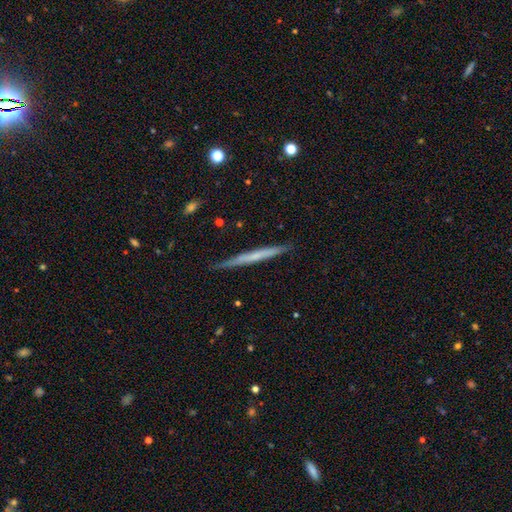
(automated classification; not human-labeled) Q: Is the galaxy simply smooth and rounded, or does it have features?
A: featured or disk — 50%.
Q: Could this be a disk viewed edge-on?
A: yes — 97%.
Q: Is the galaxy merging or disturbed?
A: none — 87%.